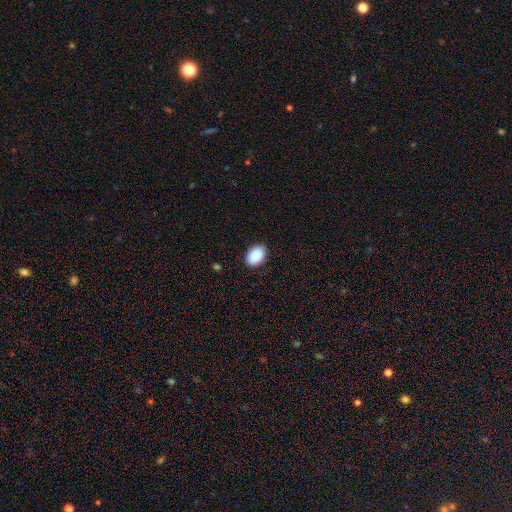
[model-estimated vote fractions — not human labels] A smooth galaxy with no disk features (91%) that is in between round and cigar-shaped (87%). Merging: none (88%).